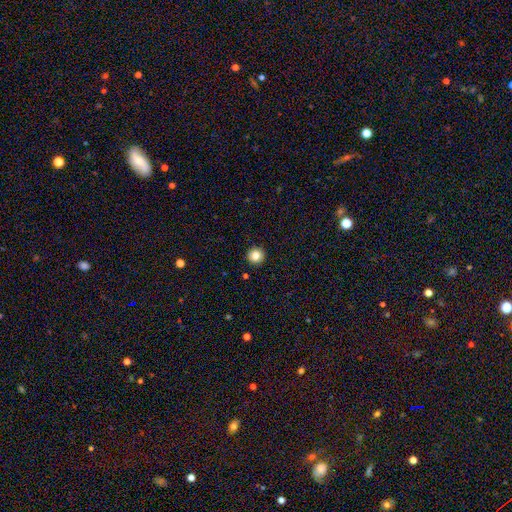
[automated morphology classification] The model was most divided on "smooth or featured": smooth: 83%, star or artifact: 11%, featured or disk: 7%. More confident: how rounded — round (96%); merging — none (93%).